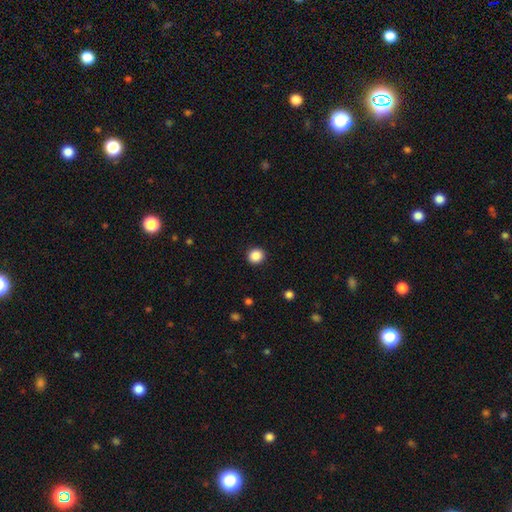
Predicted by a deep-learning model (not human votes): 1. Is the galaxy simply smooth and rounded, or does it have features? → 88% smooth, 10% star or artifact, 3% featured or disk.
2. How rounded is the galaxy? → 91% round, 8% in between, 1% cigar-shaped.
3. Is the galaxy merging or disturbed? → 92% none, 5% minor disturbance, 2% major disturbance, 1% merger.